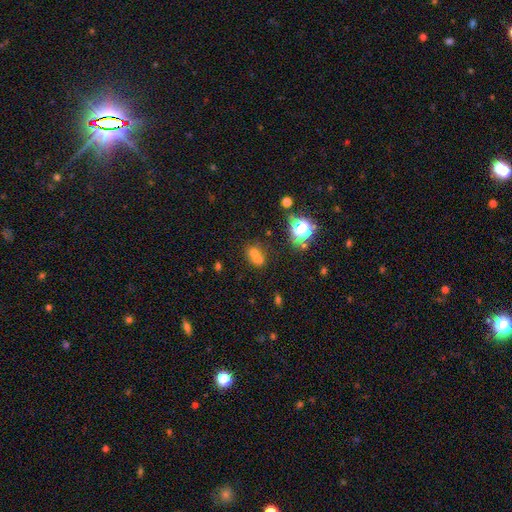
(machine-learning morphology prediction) This appears to be a smooth galaxy with no disk features (56%) that is round (52%). Merging: merger (53%).